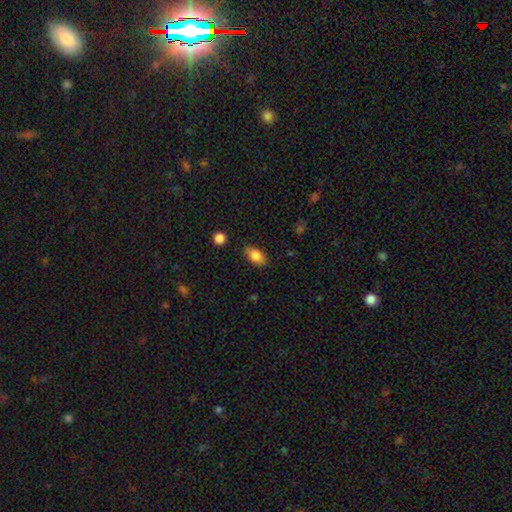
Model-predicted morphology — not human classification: This appears to be a smooth galaxy with no disk features (84%) that is in between round and cigar-shaped (89%). Merging: none (83%).